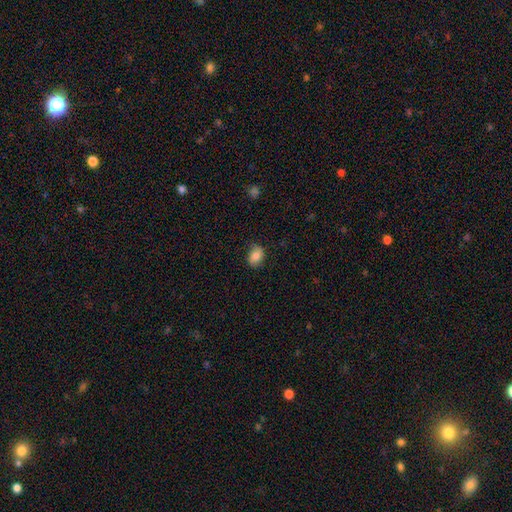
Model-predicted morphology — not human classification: smooth 80%, featured or disk 12%, star or artifact 8%. Down the decision tree: how rounded — in between (71%); merging — none (76%).